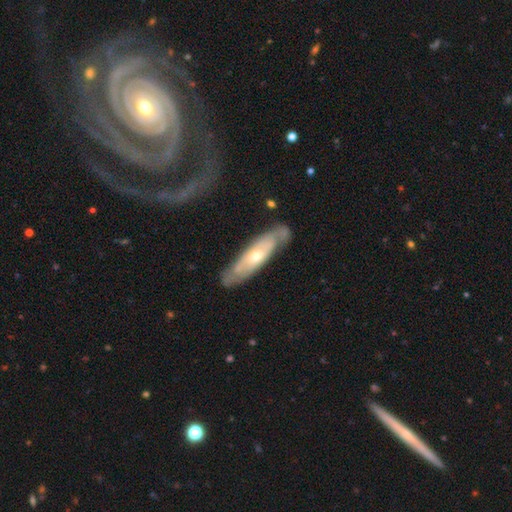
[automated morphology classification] Q: Smooth or featured?
A: featured or disk (63%); runner-up: smooth (31%)
Q: Edge-on disk?
A: no (63%); runner-up: yes (37%)
Q: Merging?
A: none (73%); runner-up: minor disturbance (18%)